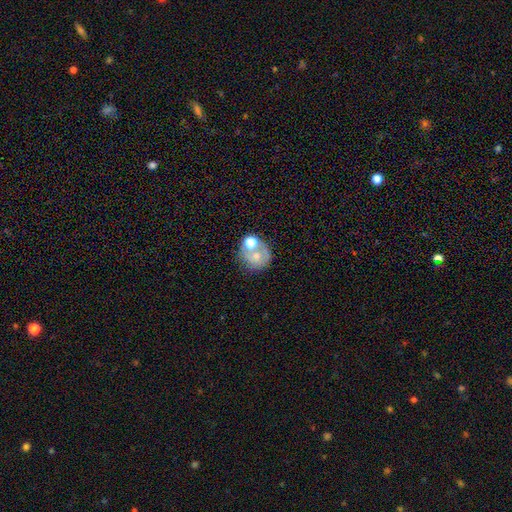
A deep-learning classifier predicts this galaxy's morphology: smooth_or_featured: smooth (p=0.52) [alt: featured or disk p=0.35]
how_rounded: round (p=0.80) [alt: in between p=0.20]
merging: none (p=0.43) [alt: merger p=0.34]